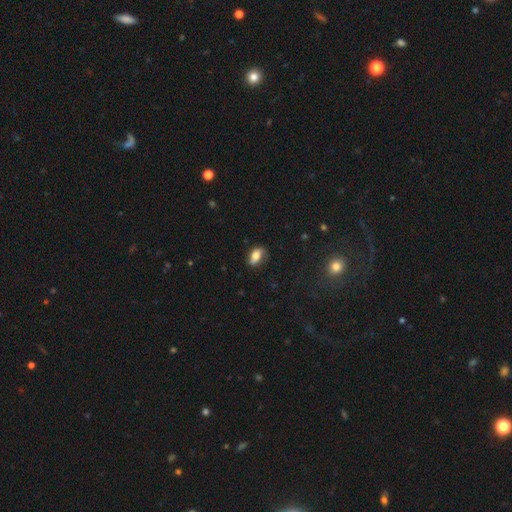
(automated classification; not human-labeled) A smooth galaxy with no disk features (63%) that is in between round and cigar-shaped (87%). Merging: none (74%).